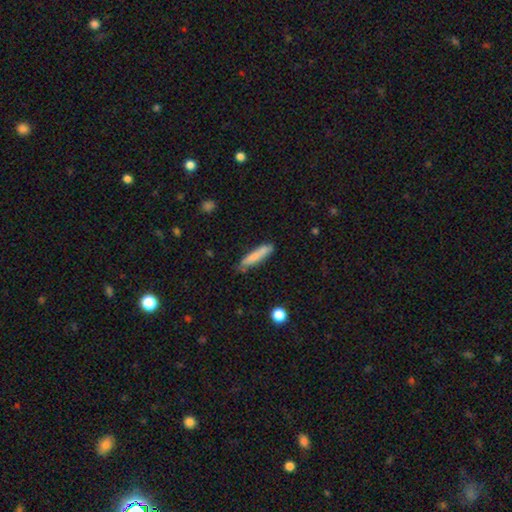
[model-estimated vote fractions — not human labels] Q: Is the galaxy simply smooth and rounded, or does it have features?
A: smooth — 78%.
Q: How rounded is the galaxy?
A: cigar-shaped — 86%.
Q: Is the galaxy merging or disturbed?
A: none — 73%.